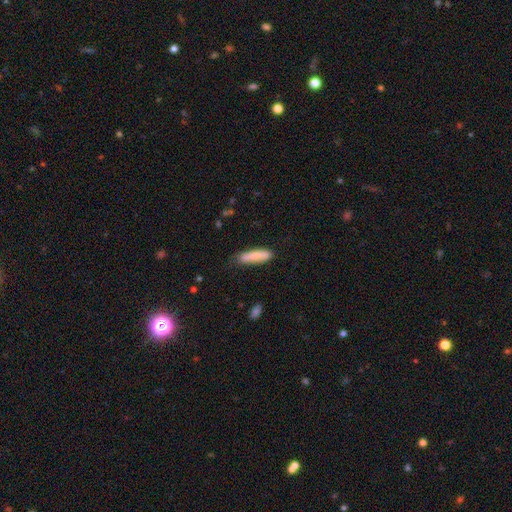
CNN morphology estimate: smooth 77%, featured or disk 17%, star or artifact 6%. Down the decision tree: how rounded — cigar-shaped (74%); merging — none (69%).